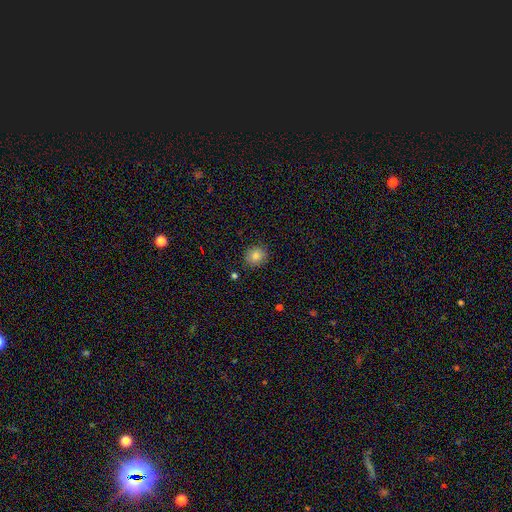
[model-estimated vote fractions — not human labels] Smooth or featured? smooth (82%)
How rounded? round (83%)
Merging? none (87%)